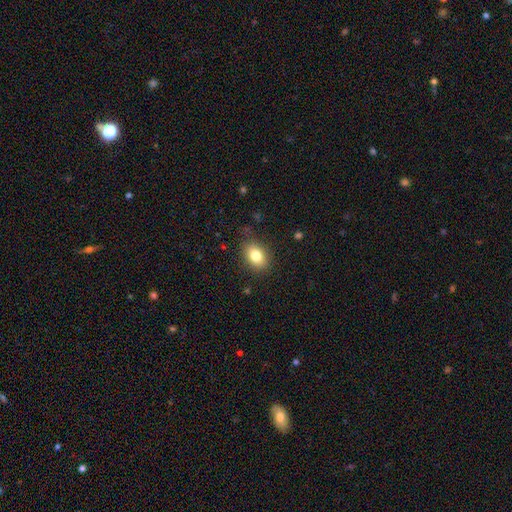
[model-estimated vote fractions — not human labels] Smooth or featured?
  - smooth: 82% *
  - featured or disk: 9%
  - star or artifact: 9%
How rounded?
  - in between: 77% *
  - round: 22%
  - cigar-shaped: 1%
Merging?
  - none: 84% *
  - minor disturbance: 12%
  - major disturbance: 3%
  - merger: 1%